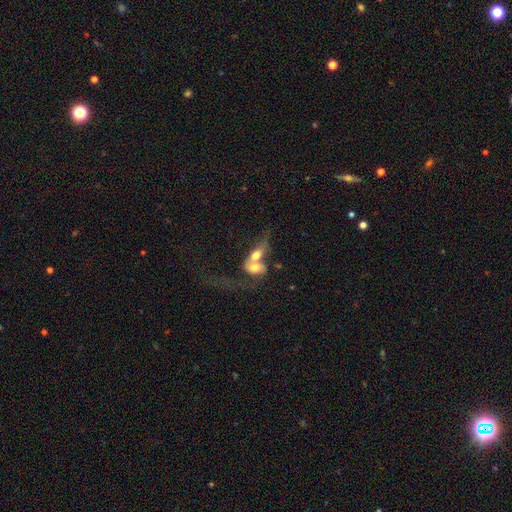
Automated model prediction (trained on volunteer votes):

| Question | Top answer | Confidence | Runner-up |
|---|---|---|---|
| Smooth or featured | smooth | 55% | featured or disk (37%) |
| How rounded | in between | 69% | round (22%) |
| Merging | merger | 80% | major disturbance (8%) |